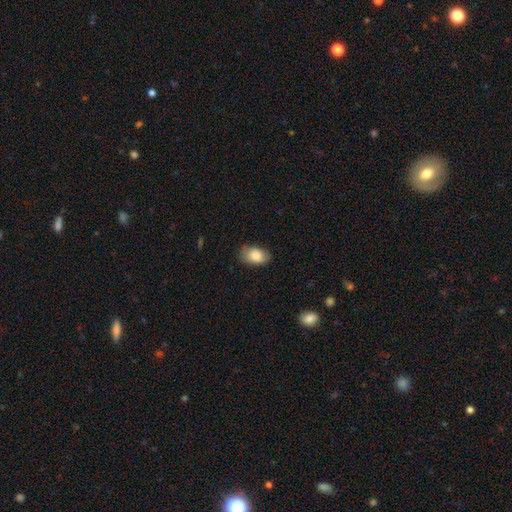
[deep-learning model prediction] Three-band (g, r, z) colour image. It shows a smooth galaxy with no disk features (84%) that is in between round and cigar-shaped (91%). Merging: none (75%).